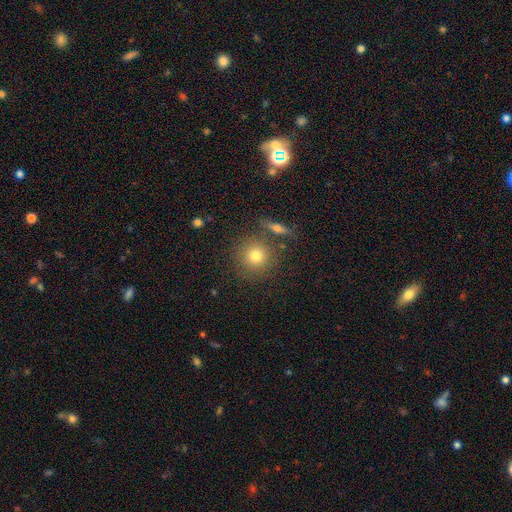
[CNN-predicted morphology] Smooth or featured? Predicted: smooth (p=0.76). How rounded? Predicted: round (p=0.93). Merging? Predicted: none (p=0.80).